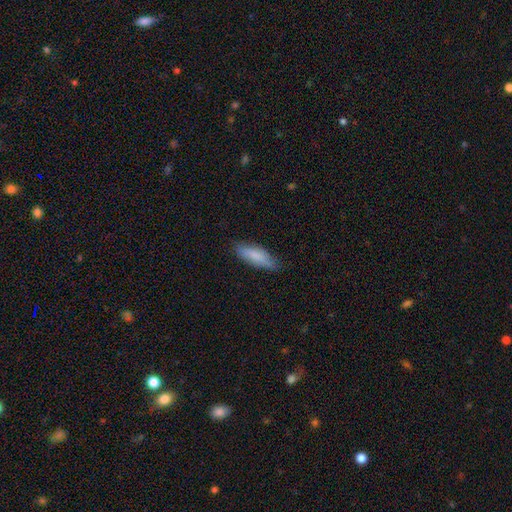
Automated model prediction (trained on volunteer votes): Smooth or featured?
  - smooth: 80% *
  - featured or disk: 14%
  - star or artifact: 6%
How rounded?
  - in between: 50% *
  - cigar-shaped: 48%
  - round: 2%
Merging?
  - none: 73% *
  - minor disturbance: 22%
  - major disturbance: 4%
  - merger: 1%